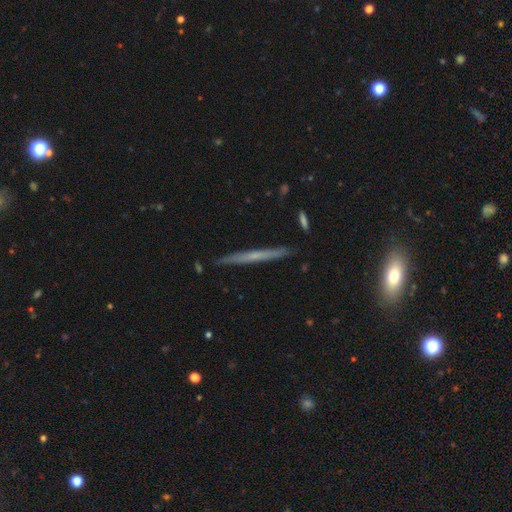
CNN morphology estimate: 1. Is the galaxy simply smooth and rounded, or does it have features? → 55% featured or disk, 38% smooth, 7% star or artifact.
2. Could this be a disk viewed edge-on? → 97% yes, 3% no.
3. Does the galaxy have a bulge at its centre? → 73% none, 22% rounded, 5% boxy.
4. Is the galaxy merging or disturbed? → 89% none, 8% minor disturbance, 2% merger, 1% major disturbance.